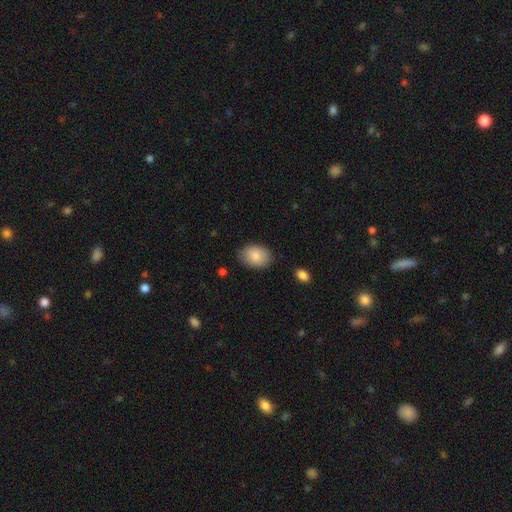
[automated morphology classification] A smooth galaxy with no disk features (85%) that is in between round and cigar-shaped (80%). Merging: none (83%).